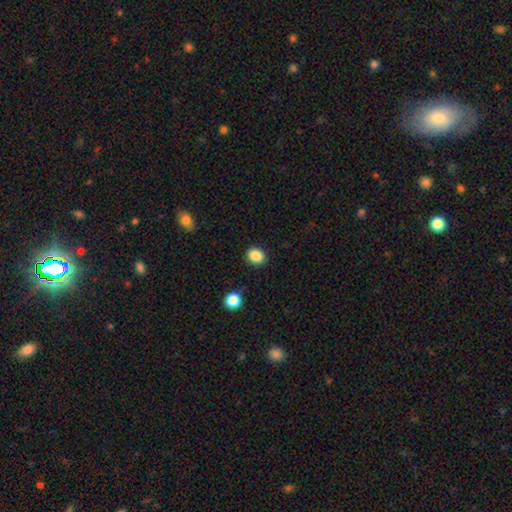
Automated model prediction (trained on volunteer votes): Smooth or featured: smooth — 87% (star or artifact — 10%)
How rounded: round — 60% (in between — 39%)
Merging: none — 88% (minor disturbance — 8%)